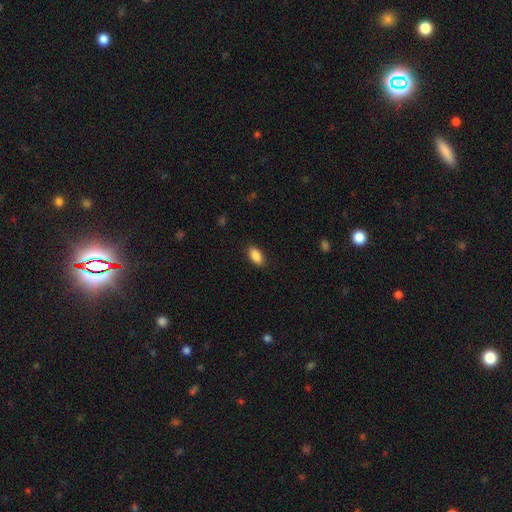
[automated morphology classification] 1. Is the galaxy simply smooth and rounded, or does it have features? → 88% smooth, 7% star or artifact, 5% featured or disk.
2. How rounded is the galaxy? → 92% in between, 4% round, 4% cigar-shaped.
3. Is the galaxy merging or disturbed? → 88% none, 9% minor disturbance, 2% major disturbance, 1% merger.